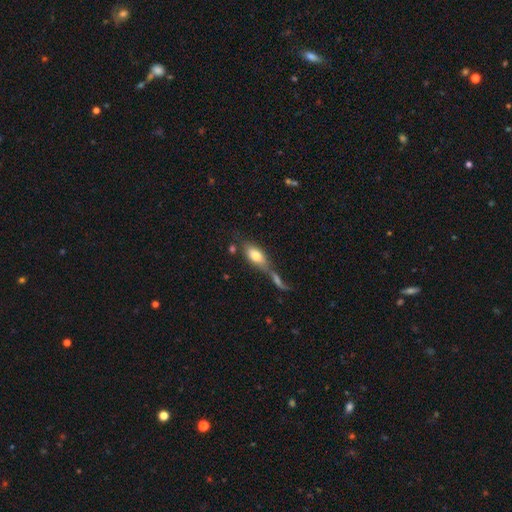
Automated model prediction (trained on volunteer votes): Q: Smooth or featured?
A: smooth (71%); runner-up: featured or disk (21%)
Q: How rounded?
A: in between (83%); runner-up: cigar-shaped (12%)
Q: Merging?
A: merger (48%); runner-up: none (32%)